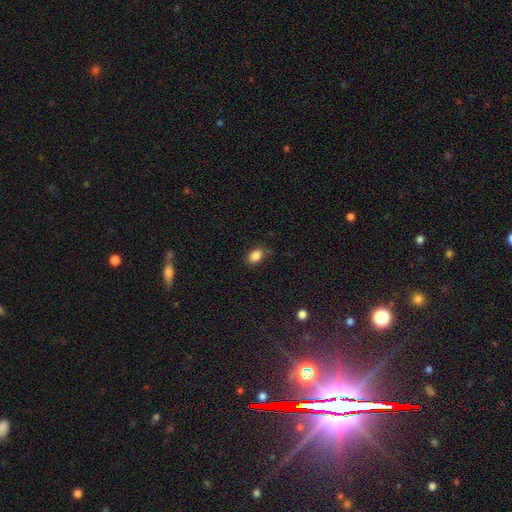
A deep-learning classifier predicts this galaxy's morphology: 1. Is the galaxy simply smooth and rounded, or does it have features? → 85% smooth, 10% star or artifact, 5% featured or disk.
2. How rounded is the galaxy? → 76% in between, 22% round, 1% cigar-shaped.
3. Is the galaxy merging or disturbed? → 75% none, 19% minor disturbance, 4% major disturbance, 2% merger.